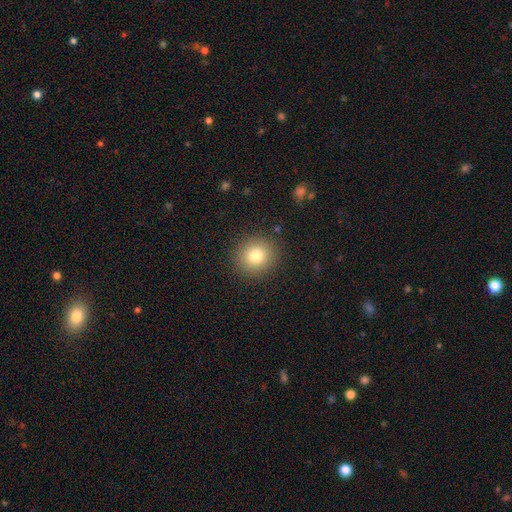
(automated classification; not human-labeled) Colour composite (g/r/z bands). It shows a smooth galaxy with no disk features (79%) that is round (88%). Merging: none (89%).